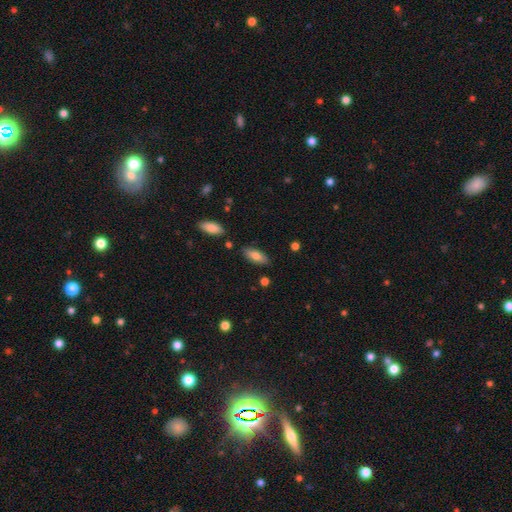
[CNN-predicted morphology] Smooth or featured? Predicted: smooth (p=0.78). How rounded? Predicted: in between (p=0.79). Merging? Predicted: none (p=0.81).